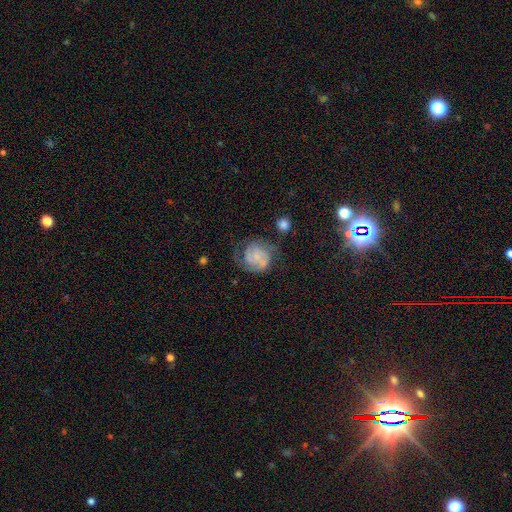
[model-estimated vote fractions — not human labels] Smooth or featured?
  - featured or disk: 72% *
  - smooth: 21%
  - star or artifact: 8%
Edge-on disk?
  - no: 98% *
  - yes: 2%
Bar?
  - no: 67% *
  - weak: 28%
  - strong: 5%
Spiral arms?
  - yes: 91% *
  - no: 9%
Spiral winding?
  - tight: 49% *
  - medium: 38%
  - loose: 14%
Spiral arm count?
  - 2: 55% *
  - can't tell: 20%
  - 3: 13%
  - 1: 7%
  - 4: 3%
  - more than 4: 3%
Bulge size?
  - small: 50% *
  - none: 31%
  - moderate: 14%
  - large: 3%
  - dominant: 2%
Merging?
  - none: 52% *
  - minor disturbance: 22%
  - major disturbance: 19%
  - merger: 7%